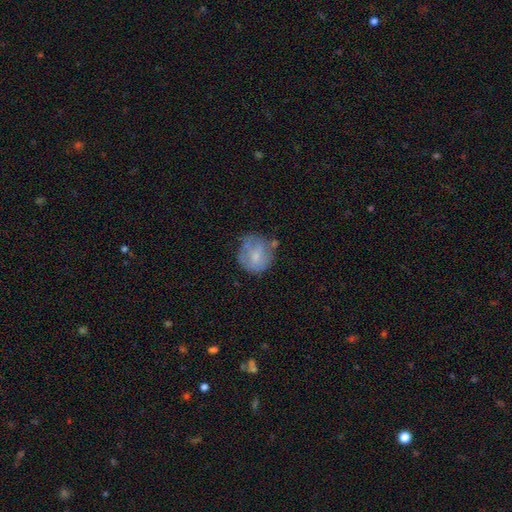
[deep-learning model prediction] Smooth or featured? Predicted: smooth (p=0.55). How rounded? Predicted: round (p=0.83). Merging? Predicted: none (p=0.54).